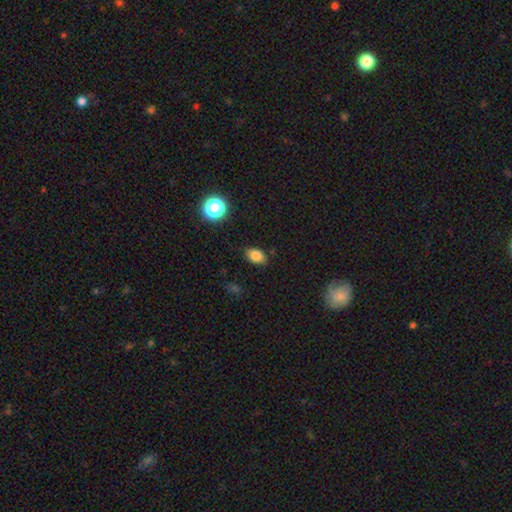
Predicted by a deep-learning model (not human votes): Overall: smooth (82%). How rounded: in between (82%). Merging: none (84%).